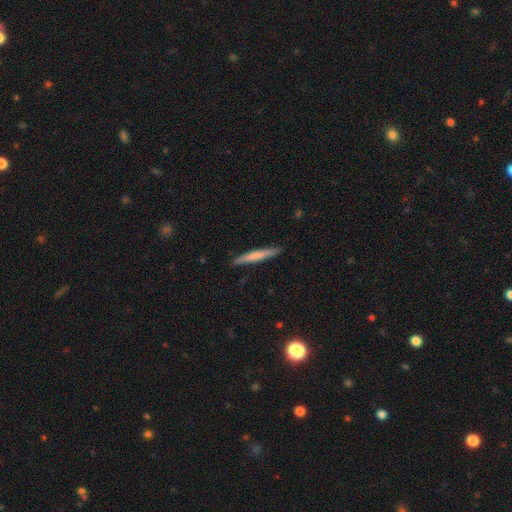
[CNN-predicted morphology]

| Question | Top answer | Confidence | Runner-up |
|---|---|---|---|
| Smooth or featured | smooth | 60% | featured or disk (35%) |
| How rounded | cigar-shaped | 96% | in between (3%) |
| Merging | none | 90% | minor disturbance (7%) |